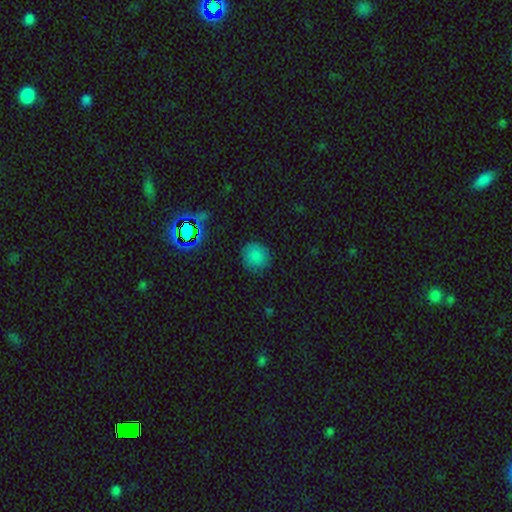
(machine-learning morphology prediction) smooth_or_featured: smooth (p=0.78) [alt: star or artifact p=0.16]
how_rounded: round (p=0.90) [alt: in between p=0.09]
merging: none (p=0.85) [alt: minor disturbance p=0.10]